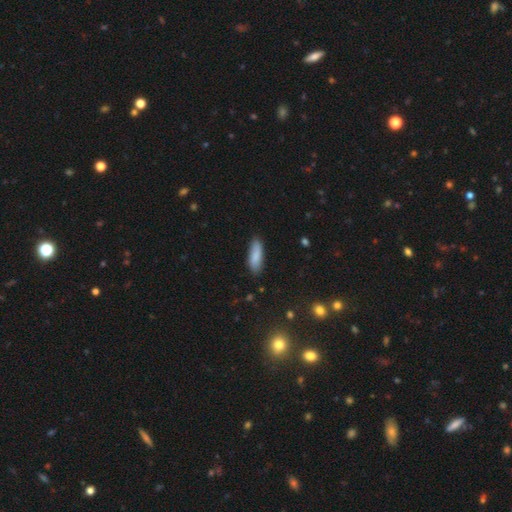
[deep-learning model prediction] Smooth or featured? Predicted: smooth (p=0.86). How rounded? Predicted: in between (p=0.55). Merging? Predicted: none (p=0.84).